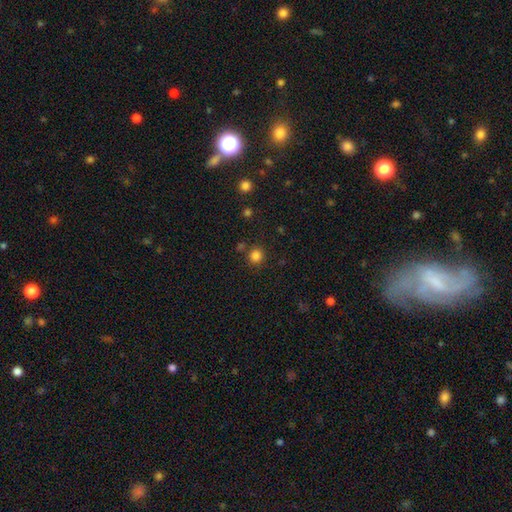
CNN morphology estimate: Smooth or featured? smooth (83%)
How rounded? round (92%)
Merging? none (83%)